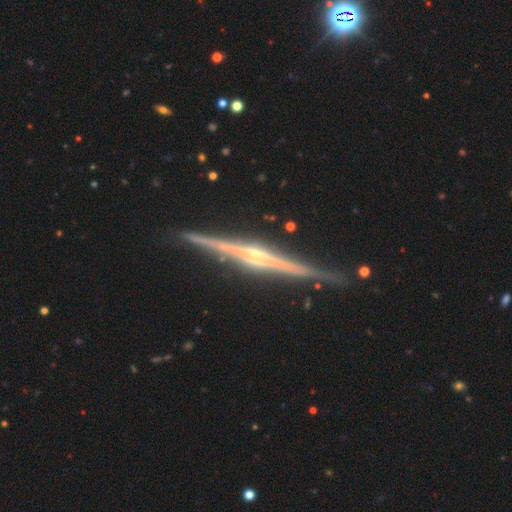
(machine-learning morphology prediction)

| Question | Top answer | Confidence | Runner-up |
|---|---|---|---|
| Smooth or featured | featured or disk | 90% | smooth (5%) |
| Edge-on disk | yes | 98% | no (2%) |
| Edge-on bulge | rounded | 67% | none (17%) |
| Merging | none | 89% | minor disturbance (8%) |